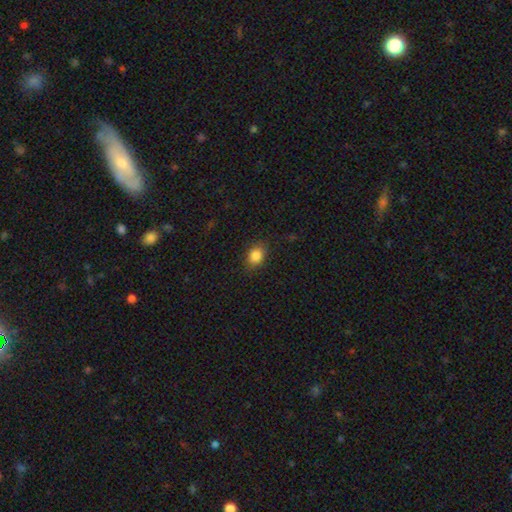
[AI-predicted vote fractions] This is clearly a smooth galaxy (85%). How rounded: possibly in between (58%). Merging: clearly none (84%).